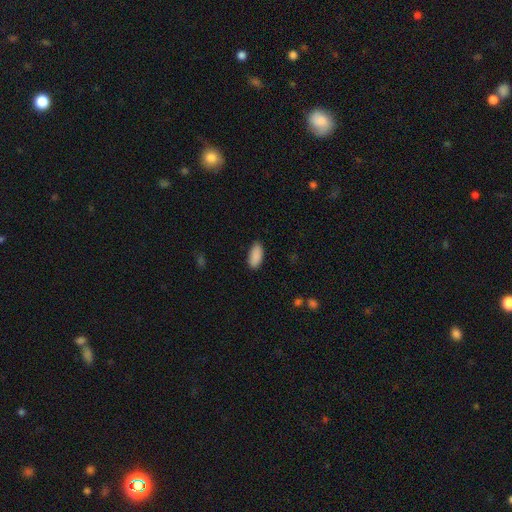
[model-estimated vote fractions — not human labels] Smooth or featured: smooth — 90% (star or artifact — 6%)
How rounded: in between — 91% (cigar-shaped — 7%)
Merging: none — 86% (minor disturbance — 10%)